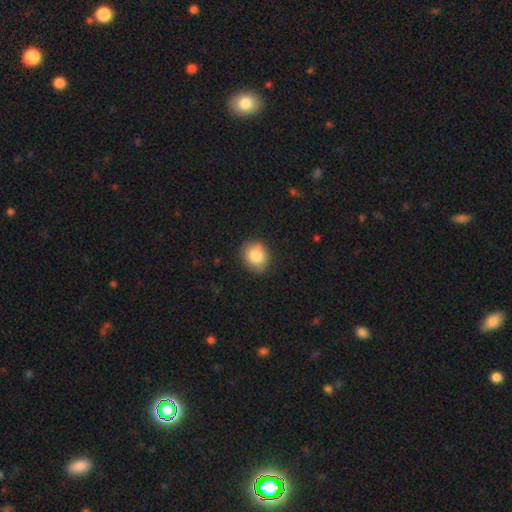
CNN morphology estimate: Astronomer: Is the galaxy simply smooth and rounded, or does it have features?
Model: smooth — 84%.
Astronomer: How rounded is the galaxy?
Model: round — 75%.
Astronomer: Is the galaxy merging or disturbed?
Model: none — 82%.